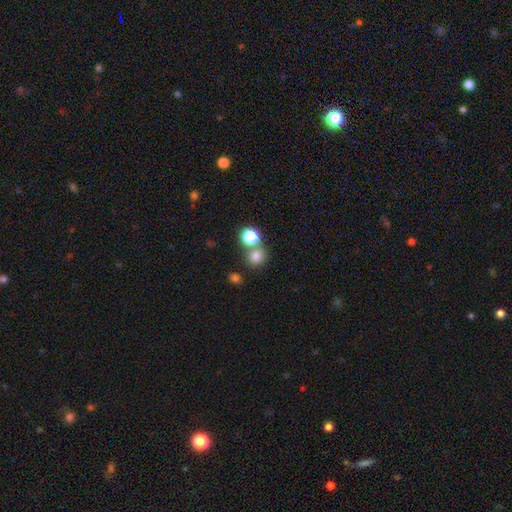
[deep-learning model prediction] This appears to be a smooth galaxy with no disk features (77%) that is round (87%). Merging: none (62%).